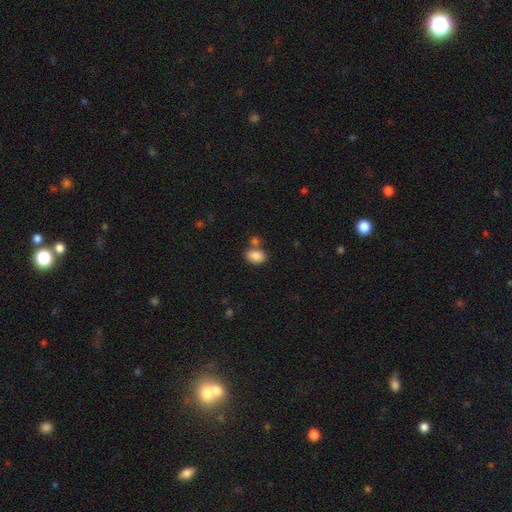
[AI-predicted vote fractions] This is clearly a smooth galaxy (87%). How rounded: likely in between (79%). Merging: likely none (67%).